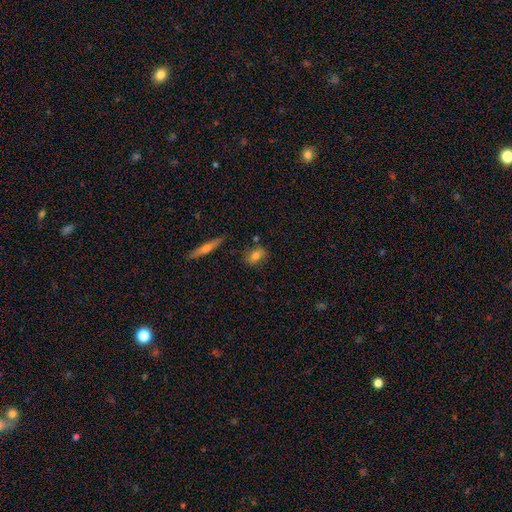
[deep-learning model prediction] A smooth galaxy with no disk features (68%) that is in between round and cigar-shaped (72%). Merging: none (76%).